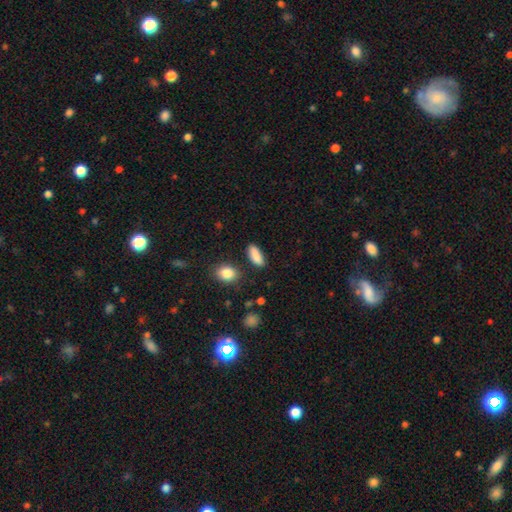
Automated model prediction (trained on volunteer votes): Morphology: type=smooth (88%); roundness=in between (71%); merging=none (83%).